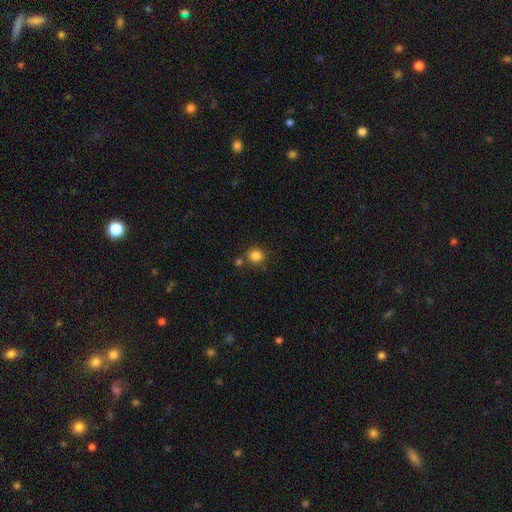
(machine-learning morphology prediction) A smooth galaxy with no disk features (84%) that is round (74%). Merging: none (75%).